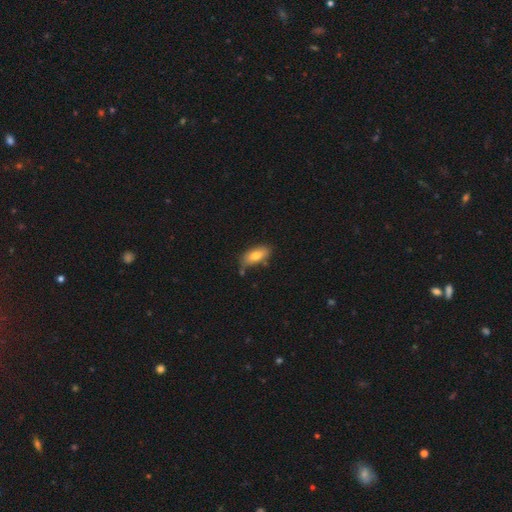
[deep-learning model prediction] smooth 76%, featured or disk 17%, star or artifact 7%. Down the decision tree: how rounded — in between (86%); merging — none (69%).